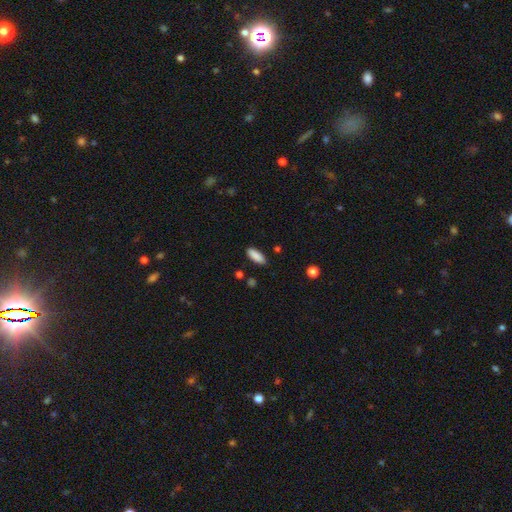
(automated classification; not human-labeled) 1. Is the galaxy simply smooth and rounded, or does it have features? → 89% smooth, 7% star or artifact, 4% featured or disk.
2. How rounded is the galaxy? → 72% in between, 26% cigar-shaped, 2% round.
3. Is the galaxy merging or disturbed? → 86% none, 10% minor disturbance, 2% major disturbance, 2% merger.